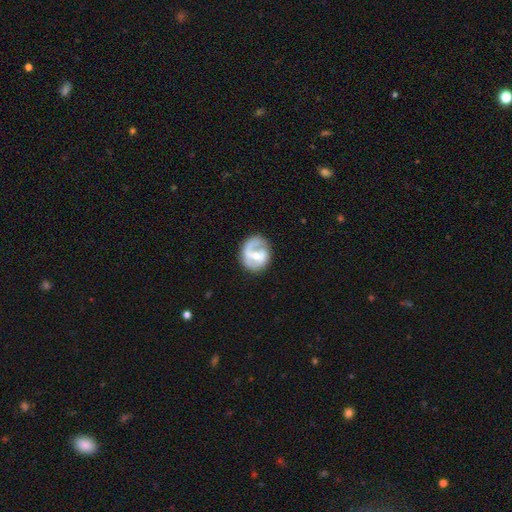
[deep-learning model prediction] A featured or disk galaxy (69%) with a weak bar (44%), 2 (51%) medium (41%) spiral arms (76%) and a moderate central bulge (49%). Merging: none (61%).